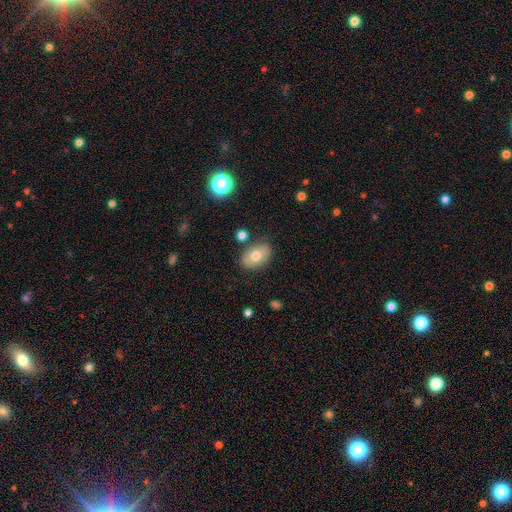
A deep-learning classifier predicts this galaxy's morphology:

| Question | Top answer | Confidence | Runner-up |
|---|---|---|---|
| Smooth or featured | smooth | 72% | featured or disk (19%) |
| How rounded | in between | 87% | round (12%) |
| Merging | none | 81% | minor disturbance (13%) |